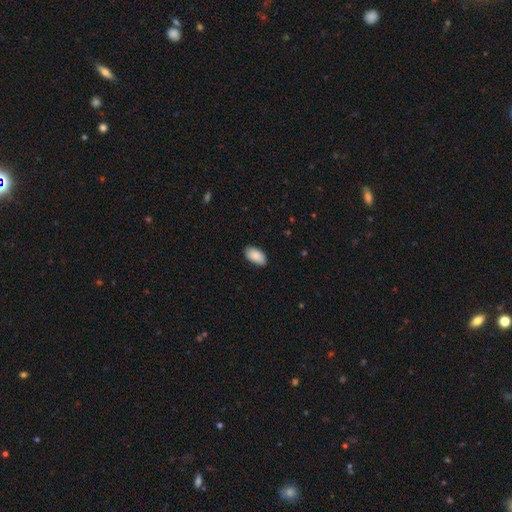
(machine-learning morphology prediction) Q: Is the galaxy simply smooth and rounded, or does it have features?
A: smooth — 89%.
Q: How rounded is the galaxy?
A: in between — 95%.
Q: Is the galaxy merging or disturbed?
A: none — 85%.